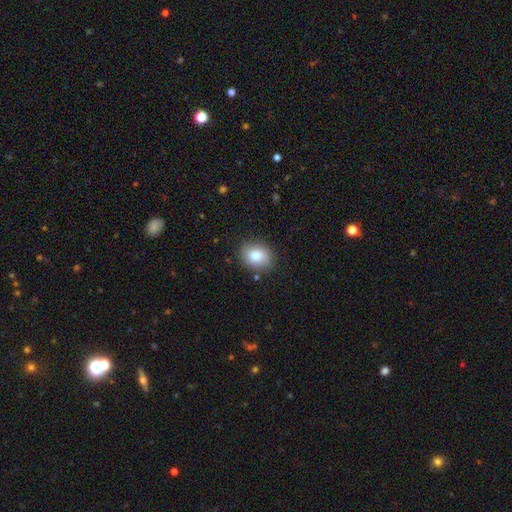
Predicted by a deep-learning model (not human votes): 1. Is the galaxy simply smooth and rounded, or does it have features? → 82% smooth, 9% featured or disk, 9% star or artifact.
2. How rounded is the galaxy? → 56% in between, 43% round, 1% cigar-shaped.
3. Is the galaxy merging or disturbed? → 85% none, 11% minor disturbance, 3% major disturbance, 2% merger.